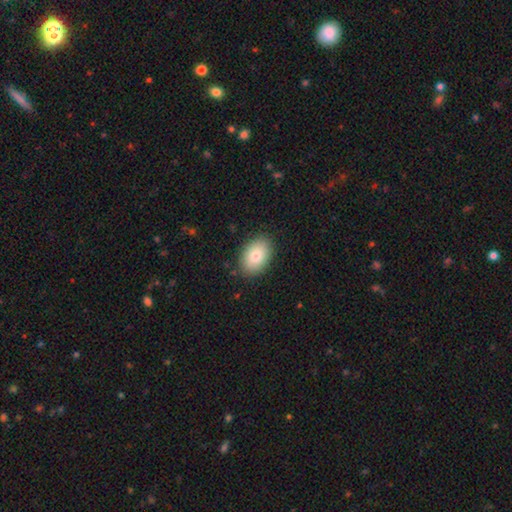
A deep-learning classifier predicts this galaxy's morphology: Smooth or featured?
  - smooth: 80% *
  - featured or disk: 12%
  - star or artifact: 8%
How rounded?
  - in between: 87% *
  - round: 12%
  - cigar-shaped: 1%
Merging?
  - none: 87% *
  - minor disturbance: 9%
  - major disturbance: 2%
  - merger: 1%